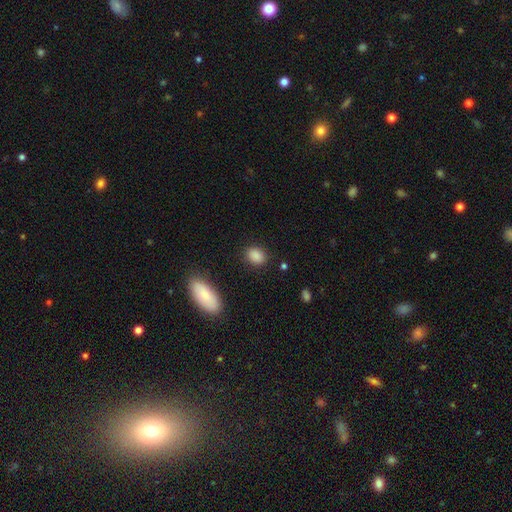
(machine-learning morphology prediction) This appears to be a smooth galaxy with no disk features (87%) that is in between round and cigar-shaped (64%). Merging: none (85%).